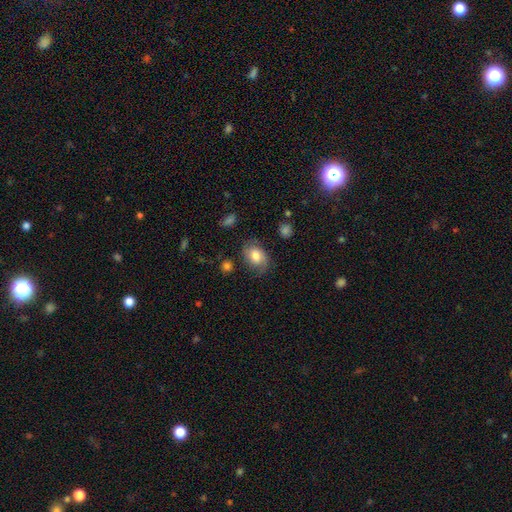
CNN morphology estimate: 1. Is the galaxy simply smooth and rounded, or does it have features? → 62% smooth, 30% featured or disk, 9% star or artifact.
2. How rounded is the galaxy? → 75% in between, 24% round, 1% cigar-shaped.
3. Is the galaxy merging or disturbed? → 65% none, 23% minor disturbance, 10% major disturbance, 2% merger.